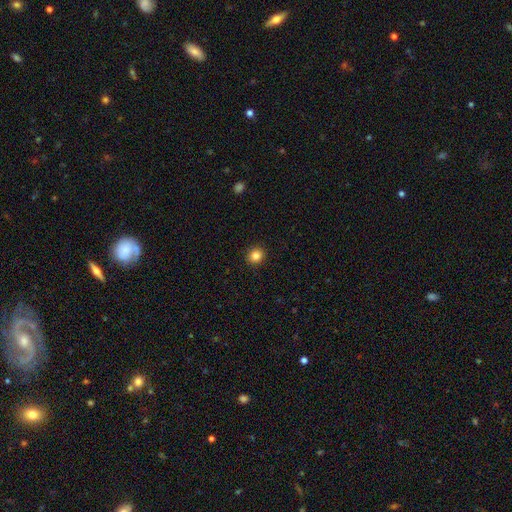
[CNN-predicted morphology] smooth 84%, star or artifact 11%, featured or disk 5%. Down the decision tree: how rounded — round (84%); merging — none (92%).